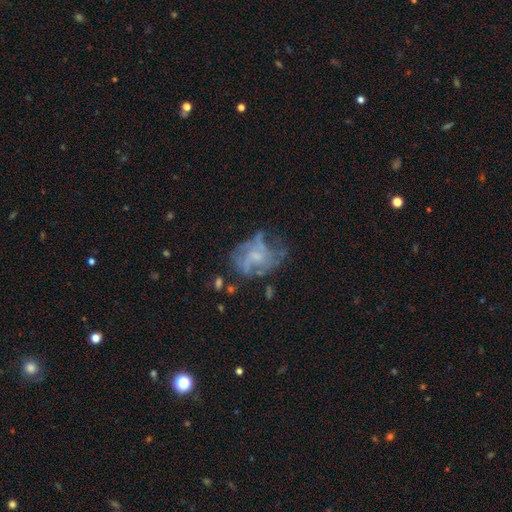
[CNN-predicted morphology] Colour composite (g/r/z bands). It shows a featured or disk galaxy (65%) with no bar (69%), spiral arms (52%) and a small central bulge (41%). Merging: none (42%).